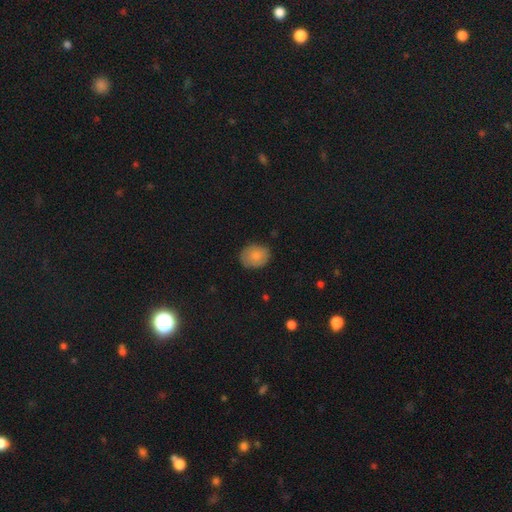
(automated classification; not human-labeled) A smooth galaxy with no disk features (80%) that is round (50%). Merging: none (80%).